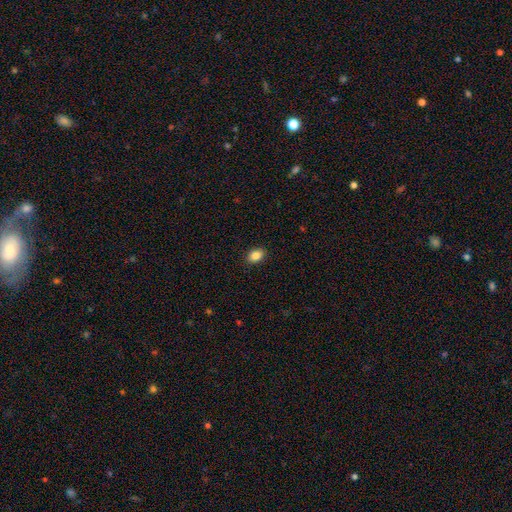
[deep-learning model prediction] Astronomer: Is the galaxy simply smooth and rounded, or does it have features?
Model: smooth — 87%.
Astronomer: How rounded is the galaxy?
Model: in between — 76%.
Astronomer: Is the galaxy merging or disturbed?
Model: none — 90%.